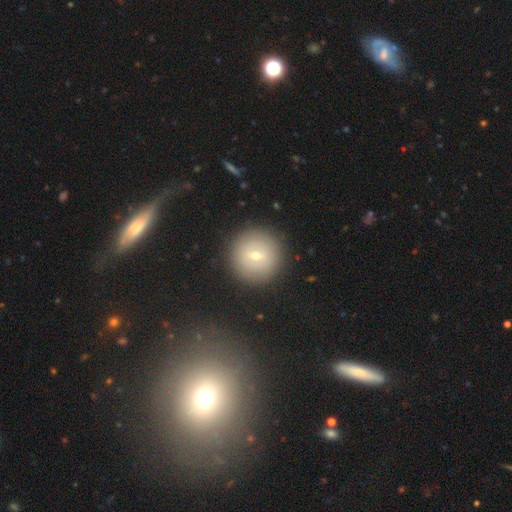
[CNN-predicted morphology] The model was most divided on "smooth or featured": smooth: 62%, featured or disk: 28%, star or artifact: 10%. More confident: how rounded — round (95%); merging — none (89%).